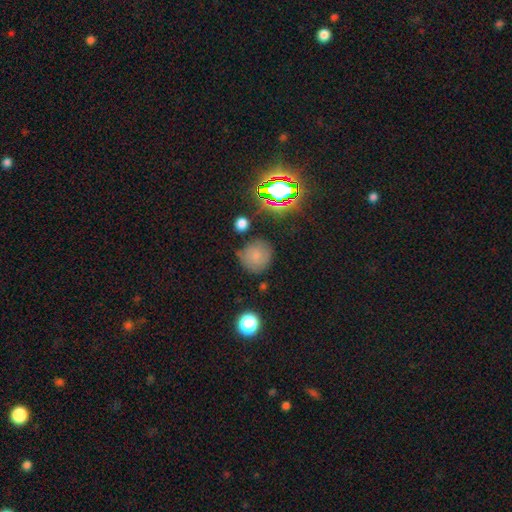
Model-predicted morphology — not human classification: This is likely a smooth galaxy (69%). How rounded: clearly round (90%). Merging: likely none (75%).